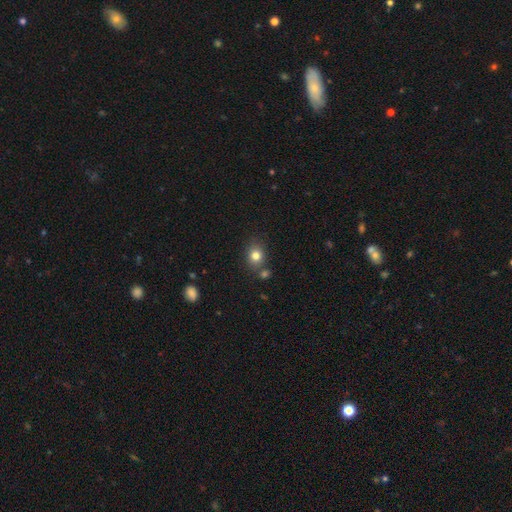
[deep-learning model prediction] Smooth or featured? Predicted: smooth (p=0.80). How rounded? Predicted: round (p=0.63). Merging? Predicted: none (p=0.73).